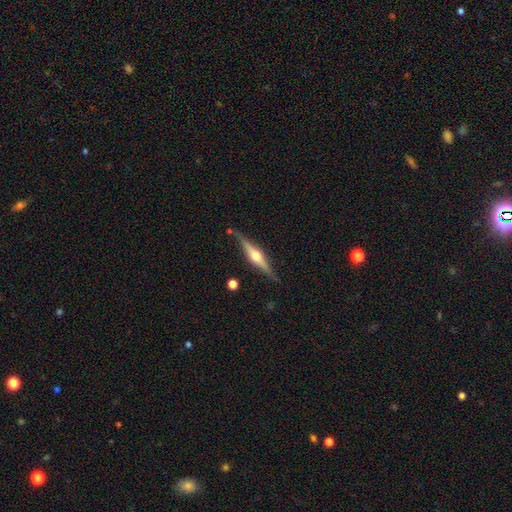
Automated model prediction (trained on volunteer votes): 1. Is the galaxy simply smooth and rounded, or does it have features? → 76% featured or disk, 18% smooth, 5% star or artifact.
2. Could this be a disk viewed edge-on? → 97% yes, 3% no.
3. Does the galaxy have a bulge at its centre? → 92% rounded, 5% boxy, 3% none.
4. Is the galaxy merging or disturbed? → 83% none, 12% minor disturbance, 3% merger, 3% major disturbance.